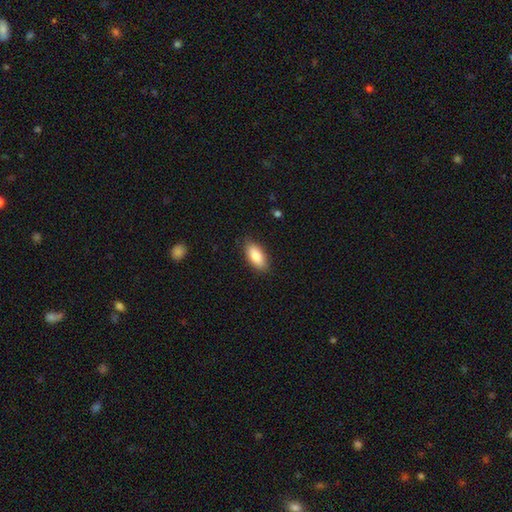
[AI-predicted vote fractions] Smooth or featured? Predicted: smooth (p=0.86). How rounded? Predicted: in between (p=0.87). Merging? Predicted: none (p=0.86).